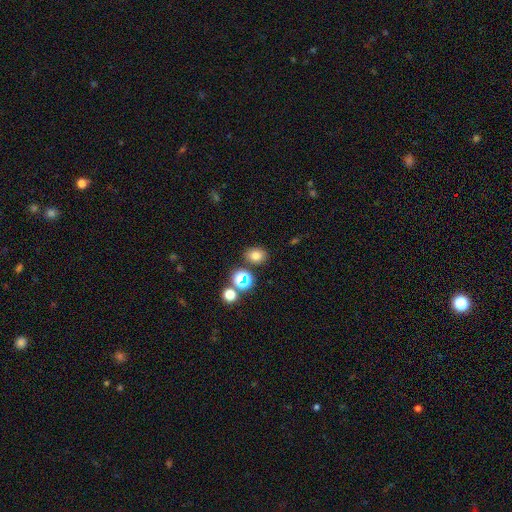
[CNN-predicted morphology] Smooth or featured? Predicted: smooth (p=0.73). How rounded? Predicted: round (p=0.51). Merging? Predicted: none (p=0.80).